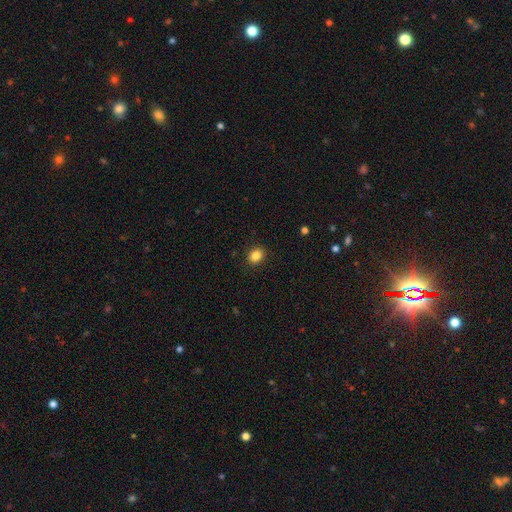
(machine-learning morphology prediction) A smooth galaxy with no disk features (85%) that is round (61%). Merging: none (90%).